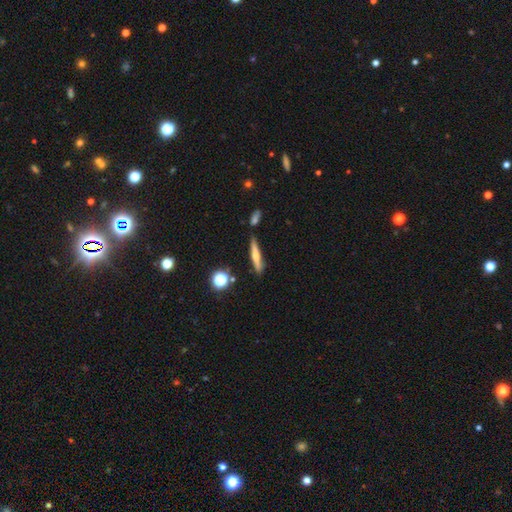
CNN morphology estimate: type=smooth (47%); merging=none (81%).